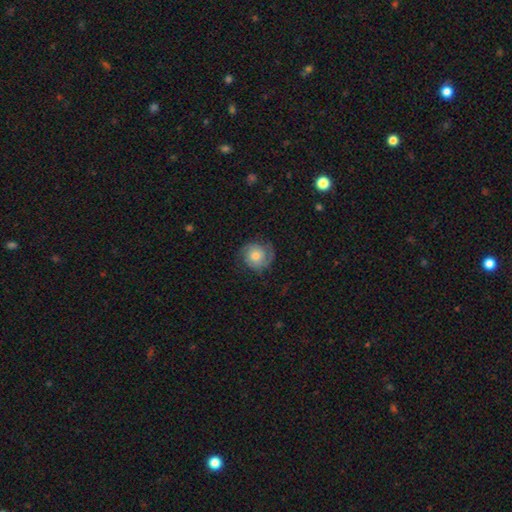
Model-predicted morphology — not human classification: This is possibly a featured or disk galaxy (57%). It is clearly not viewed edge-on (98%). Bar: likely no (78%). Spiral arm pattern: clearly yes (89%). Central bulge: possibly moderate (59%). Merging: likely none (73%).